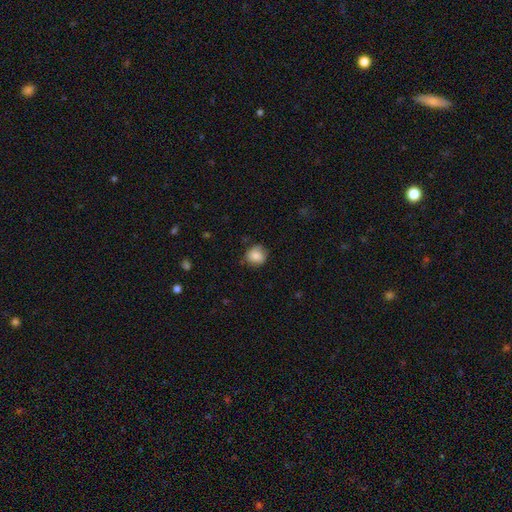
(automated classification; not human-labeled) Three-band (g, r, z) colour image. It shows a smooth galaxy with no disk features (81%) that is round (81%). Merging: none (74%).